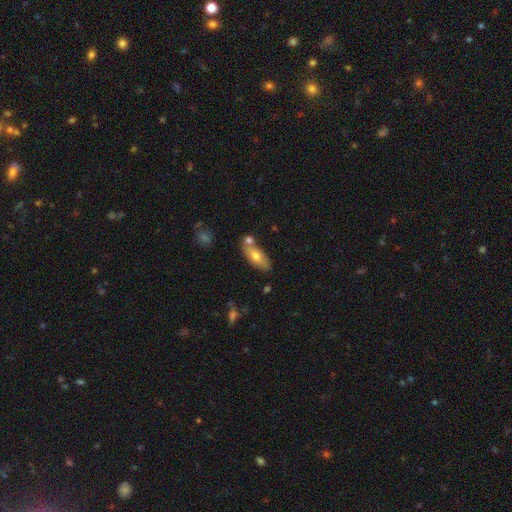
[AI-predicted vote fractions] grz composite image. It shows a smooth galaxy with no disk features (67%) that is in between round and cigar-shaped (76%). Merging: none (65%).